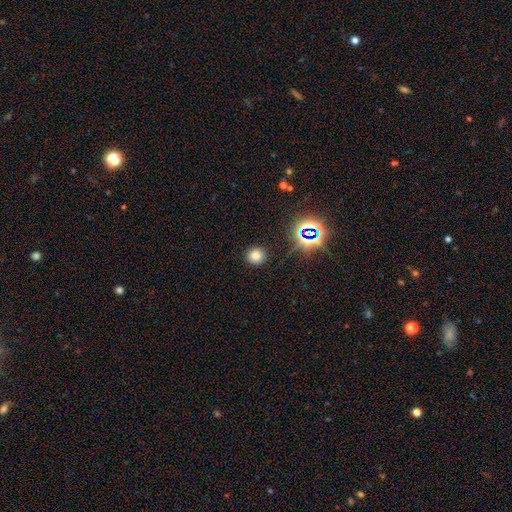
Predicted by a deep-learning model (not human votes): Q: Smooth or featured?
A: smooth (73%); runner-up: star or artifact (20%)
Q: How rounded?
A: round (88%); runner-up: in between (11%)
Q: Merging?
A: none (90%); runner-up: minor disturbance (6%)